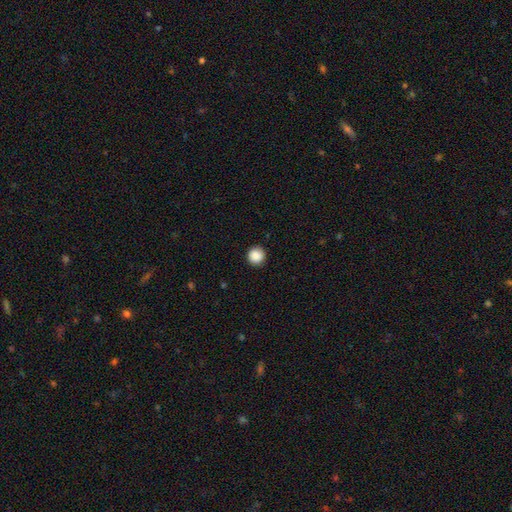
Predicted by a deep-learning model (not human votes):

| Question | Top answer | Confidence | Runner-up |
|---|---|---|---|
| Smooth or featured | smooth | 88% | star or artifact (9%) |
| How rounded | round | 95% | in between (4%) |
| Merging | none | 91% | minor disturbance (6%) |